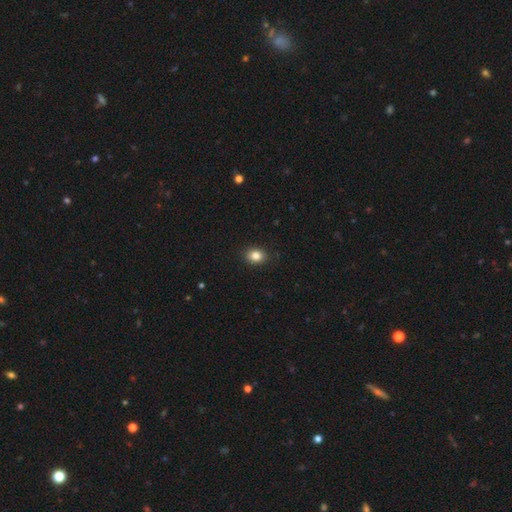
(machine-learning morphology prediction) Q: Smooth or featured?
A: smooth (85%); runner-up: star or artifact (10%)
Q: How rounded?
A: in between (55%); runner-up: round (44%)
Q: Merging?
A: none (90%); runner-up: minor disturbance (7%)